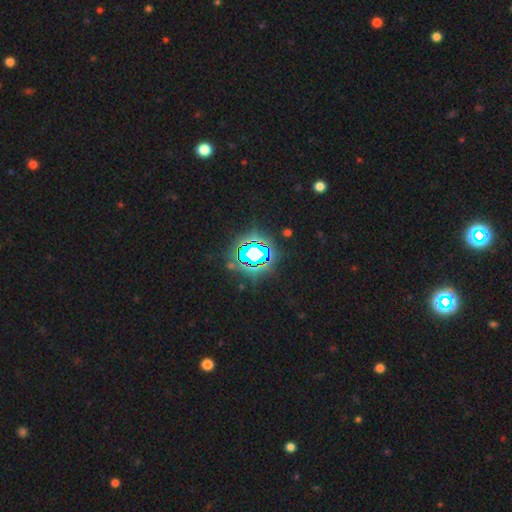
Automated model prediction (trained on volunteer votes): A star or artifact, not a galaxy (75%).